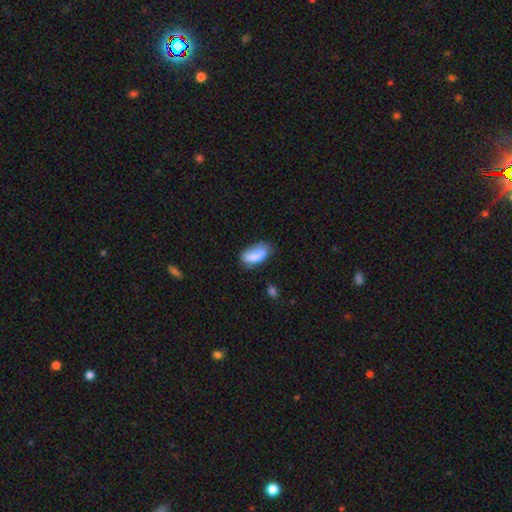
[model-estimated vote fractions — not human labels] smooth 81%, featured or disk 12%, star or artifact 8%. Down the decision tree: how rounded — in between (85%); merging — none (55%).